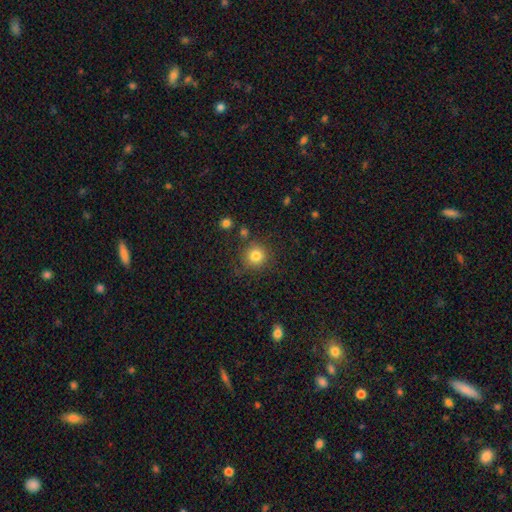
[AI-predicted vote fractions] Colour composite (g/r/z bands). It shows a smooth galaxy with no disk features (82%) that is round (92%). Merging: none (81%).